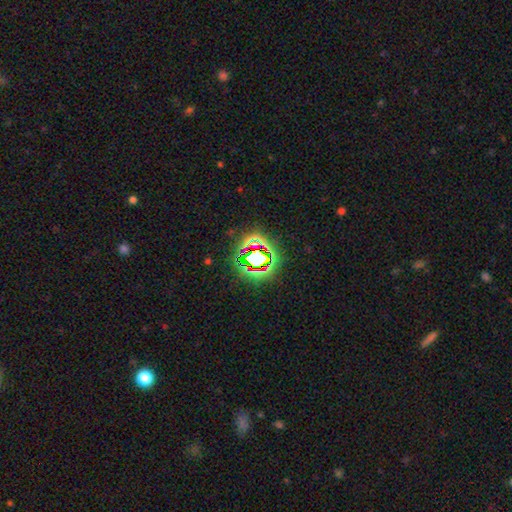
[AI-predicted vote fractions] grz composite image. It shows a star or artifact, not a galaxy (70%).